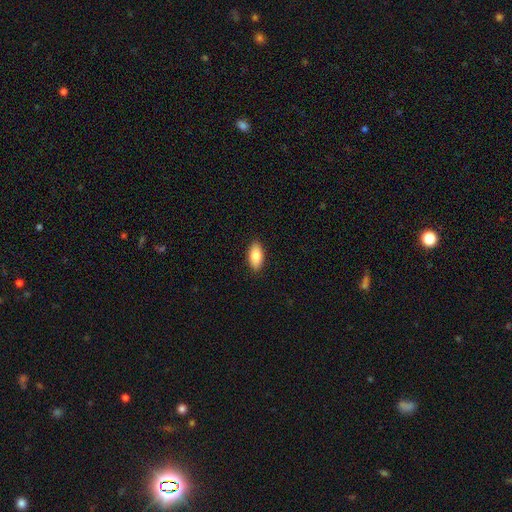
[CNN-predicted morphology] A smooth galaxy with no disk features (83%) that is in between round and cigar-shaped (90%).

Vote fractions:
- Smooth or featured? smooth: 83% / featured or disk: 11% / star or artifact: 6%
- How rounded? in between: 90% / cigar-shaped: 7% / round: 3%
- Merging? none: 90% / minor disturbance: 8% / major disturbance: 2% / merger: 1%